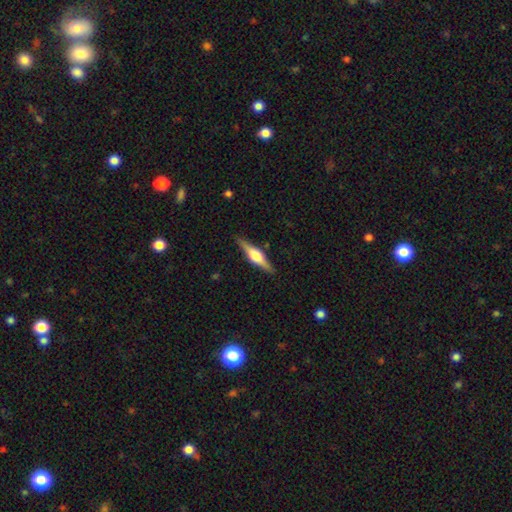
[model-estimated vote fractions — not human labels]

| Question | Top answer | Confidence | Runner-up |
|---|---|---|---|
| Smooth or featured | featured or disk | 71% | smooth (23%) |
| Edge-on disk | yes | 97% | no (3%) |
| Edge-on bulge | rounded | 89% | boxy (9%) |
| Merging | none | 88% | minor disturbance (9%) |